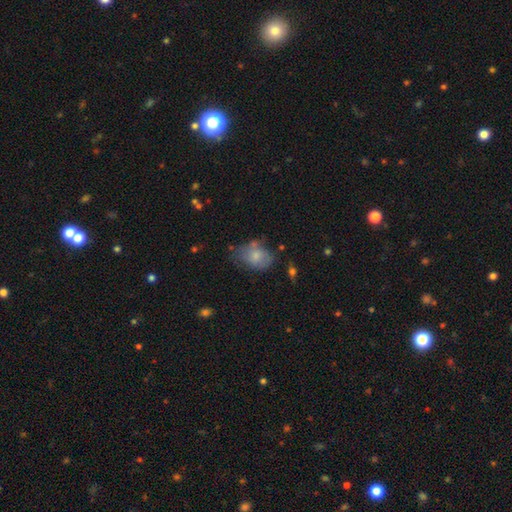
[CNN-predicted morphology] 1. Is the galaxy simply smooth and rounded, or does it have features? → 72% smooth, 20% featured or disk, 8% star or artifact.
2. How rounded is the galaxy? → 69% in between, 30% round, 1% cigar-shaped.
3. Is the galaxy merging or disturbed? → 42% none, 34% minor disturbance, 16% major disturbance, 8% merger.